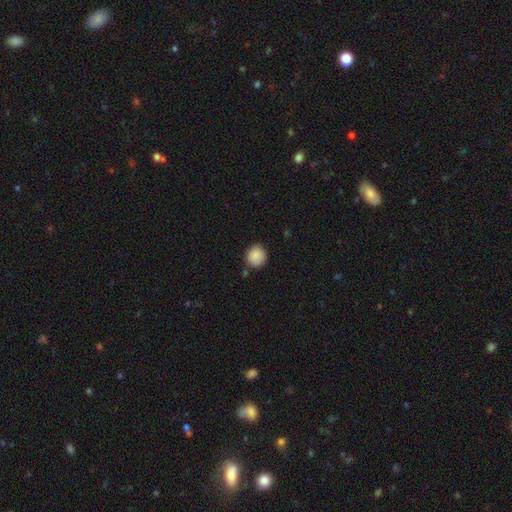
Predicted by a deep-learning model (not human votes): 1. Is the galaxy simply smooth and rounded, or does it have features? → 87% smooth, 8% star or artifact, 5% featured or disk.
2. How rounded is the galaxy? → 87% round, 12% in between, 1% cigar-shaped.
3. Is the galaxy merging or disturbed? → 78% none, 15% minor disturbance, 4% merger, 3% major disturbance.